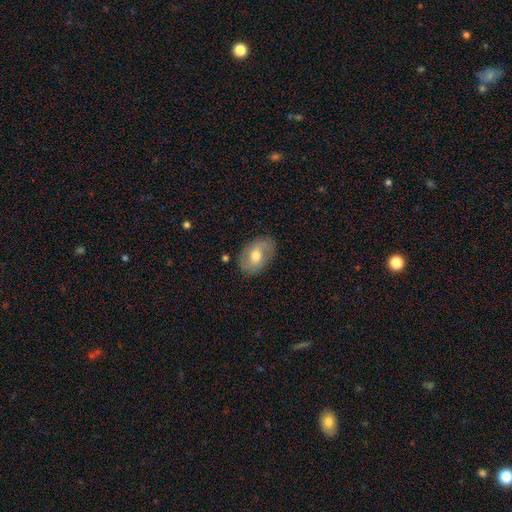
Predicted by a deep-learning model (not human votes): A featured or disk galaxy (48%).

Vote fractions:
- Smooth or featured? featured or disk: 48% / smooth: 45% / star or artifact: 7%
- Merging? none: 80% / minor disturbance: 14% / major disturbance: 4% / merger: 1%